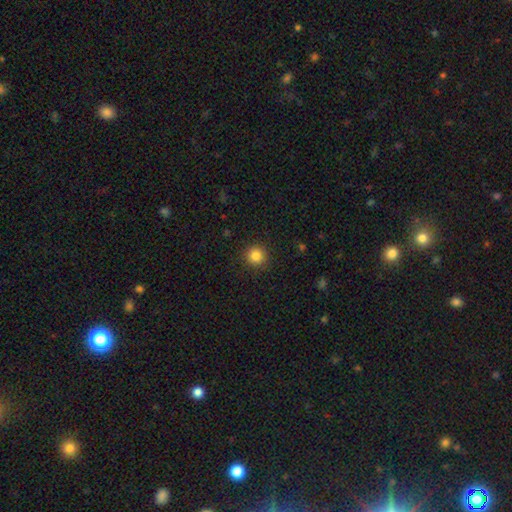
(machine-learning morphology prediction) Smooth or featured: smooth — 84% (star or artifact — 11%)
How rounded: round — 95% (in between — 5%)
Merging: none — 92% (minor disturbance — 5%)